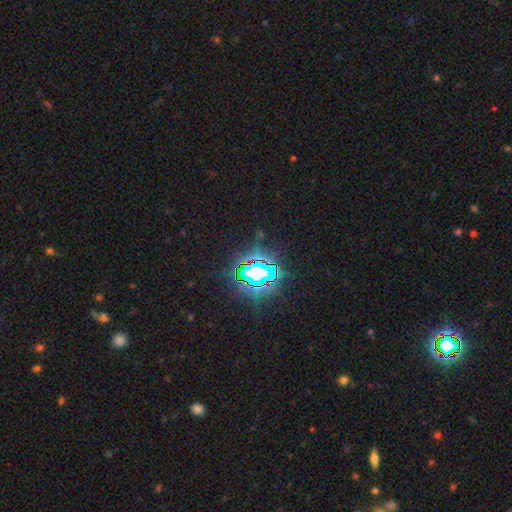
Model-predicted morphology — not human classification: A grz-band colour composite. It shows a star or artifact, not a galaxy (81%).